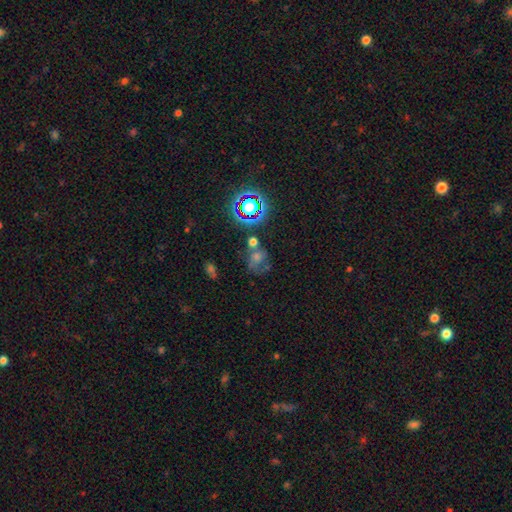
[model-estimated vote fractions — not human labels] Morphology: type=star or artifact (42%).